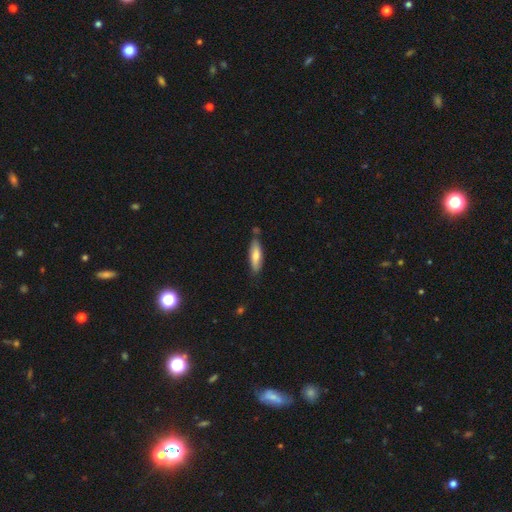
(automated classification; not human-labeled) smooth 73%, featured or disk 21%, star or artifact 6%. Down the decision tree: how rounded — cigar-shaped (58%); merging — none (75%).